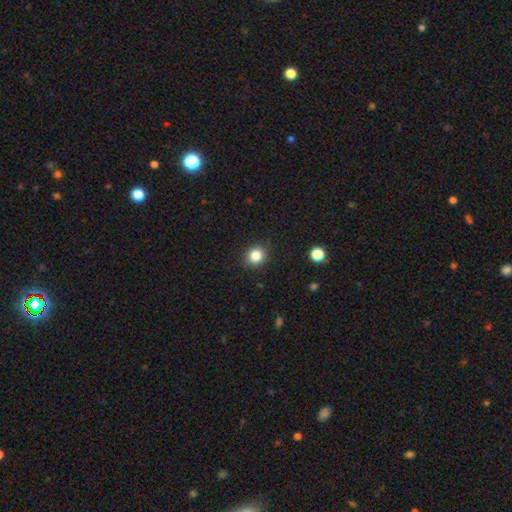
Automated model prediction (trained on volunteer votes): Smooth or featured: smooth — 84% (star or artifact — 11%)
How rounded: round — 80% (in between — 19%)
Merging: none — 89% (minor disturbance — 8%)